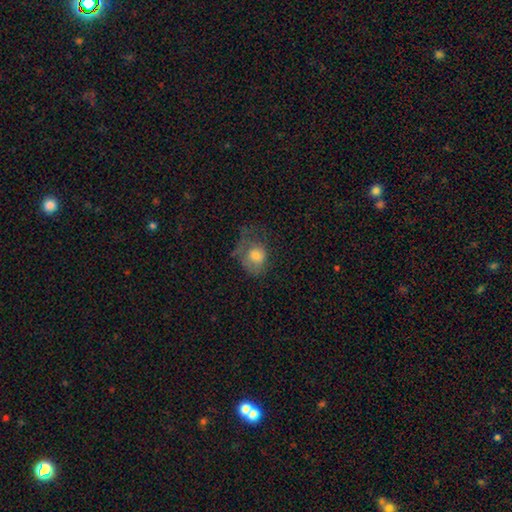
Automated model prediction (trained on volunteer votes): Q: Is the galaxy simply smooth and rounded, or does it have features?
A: smooth — 69%.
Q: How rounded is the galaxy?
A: in between — 51%.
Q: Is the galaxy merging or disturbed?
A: major disturbance — 38%.